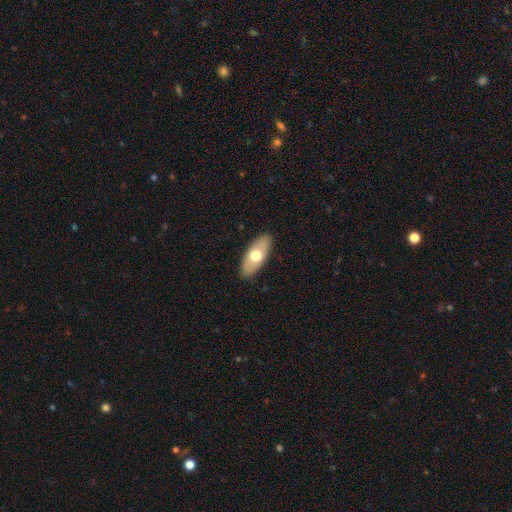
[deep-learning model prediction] The model was most divided on "smooth or featured": smooth: 64%, featured or disk: 31%, star or artifact: 6%. More confident: merging — none (89%); how rounded — in between (84%).